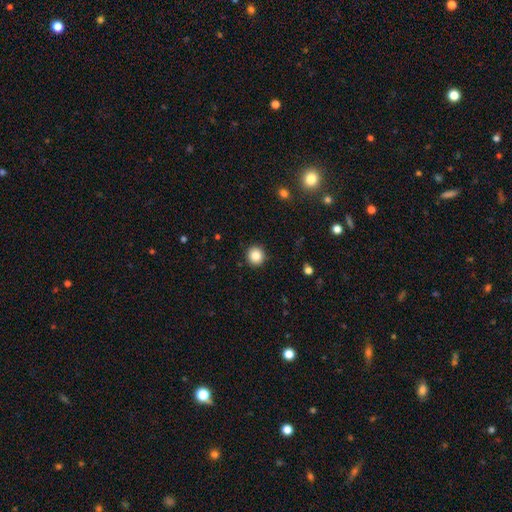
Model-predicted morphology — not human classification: smooth-or-featured: smooth: 86% | star or artifact: 10% | featured or disk: 4%
  how-rounded: round: 94% | in between: 5% | cigar-shaped: 1%
  merging: none: 92% | minor disturbance: 5% | major disturbance: 2% | merger: 1%